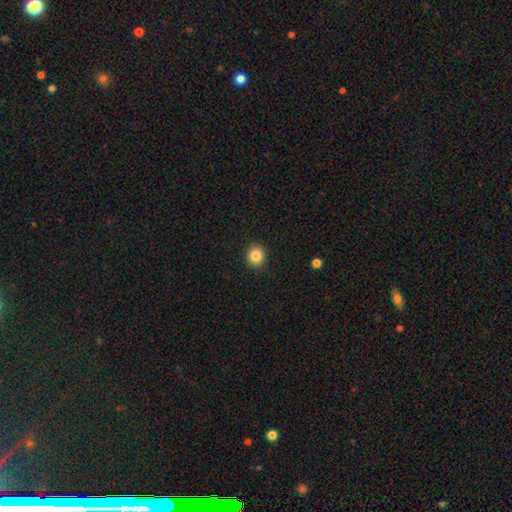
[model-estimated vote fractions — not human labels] Smooth or featured? Predicted: smooth (p=0.85). How rounded? Predicted: round (p=0.80). Merging? Predicted: none (p=0.91).